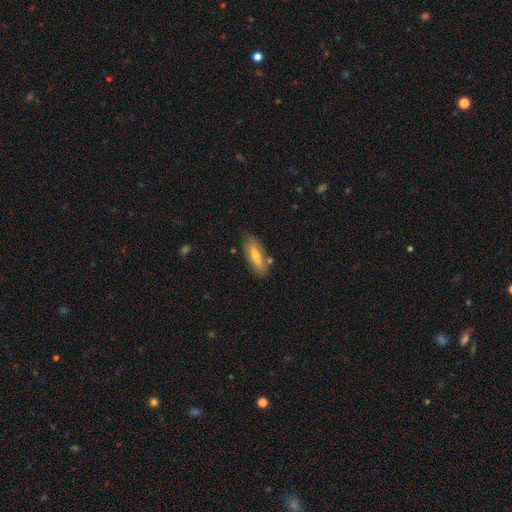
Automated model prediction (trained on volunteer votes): smooth-or-featured: smooth: 55% | featured or disk: 39% | star or artifact: 7%
  how-rounded: in between: 66% | cigar-shaped: 32% | round: 3%
  merging: none: 75% | minor disturbance: 16% | merger: 5% | major disturbance: 4%